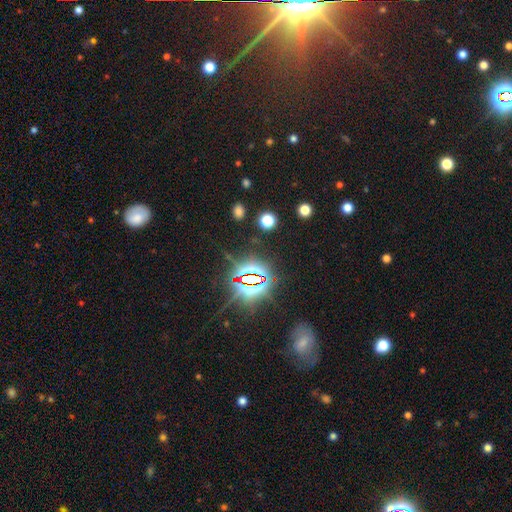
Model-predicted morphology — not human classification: smooth-or-featured: star or artifact: 80% | smooth: 11% | featured or disk: 10%